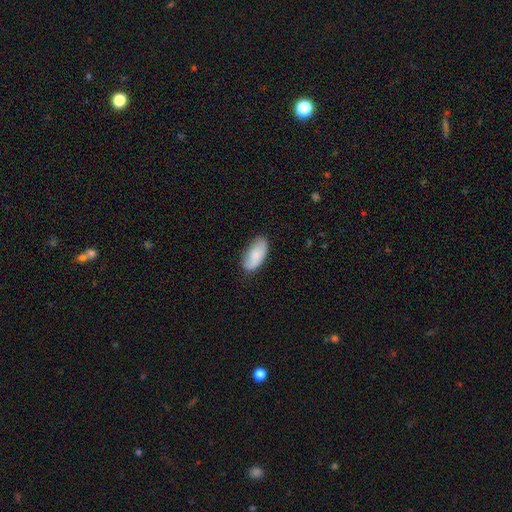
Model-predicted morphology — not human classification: A smooth galaxy with no disk features (82%) that is in between round and cigar-shaped (92%).

Vote fractions:
- Smooth or featured? smooth: 82% / featured or disk: 12% / star or artifact: 6%
- How rounded? in between: 92% / cigar-shaped: 5% / round: 2%
- Merging? none: 73% / minor disturbance: 22% / major disturbance: 4% / merger: 1%